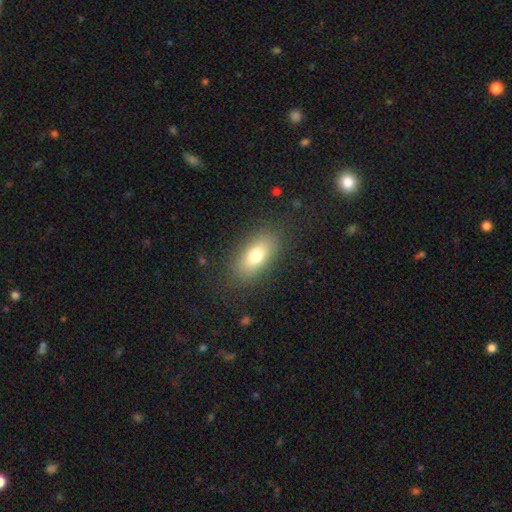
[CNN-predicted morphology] Overall: smooth (76%). How rounded: in between (86%). Merging: none (84%).